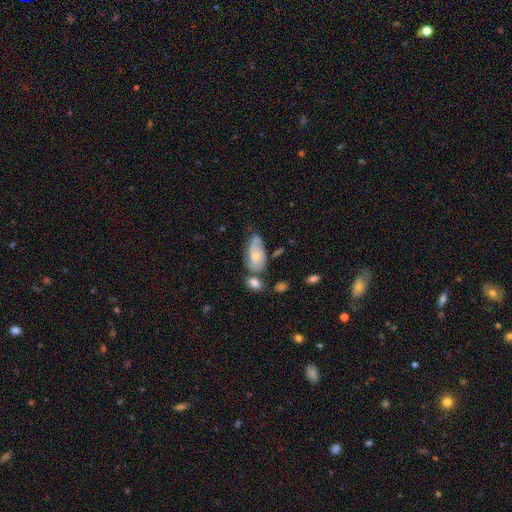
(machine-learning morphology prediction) Smooth or featured: featured or disk — 54% (smooth — 39%)
Edge-on disk: no — 91% (yes — 9%)
Merging: none — 41% (minor disturbance — 26%)